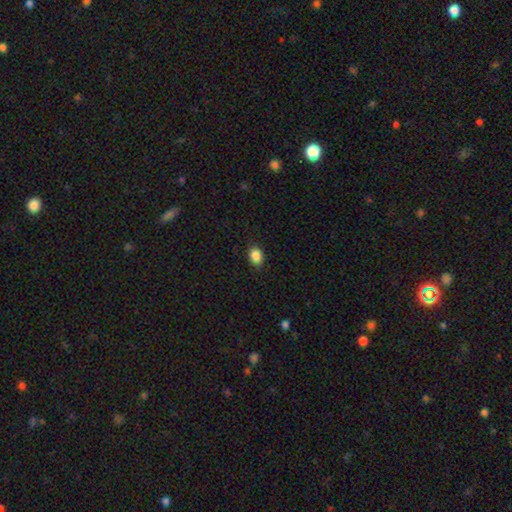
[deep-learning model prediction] The model was most divided on "how rounded": in between: 77%, round: 22%, cigar-shaped: 1%. More confident: merging — none (88%); smooth or featured — smooth (87%).